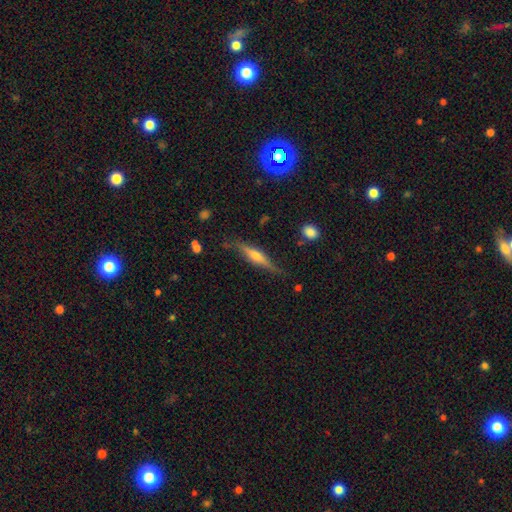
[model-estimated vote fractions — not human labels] This is likely a featured or disk galaxy (68%). It is clearly viewed edge-on (96%). Edge-on bulge: clearly rounded (83%). Merging: clearly none (82%).